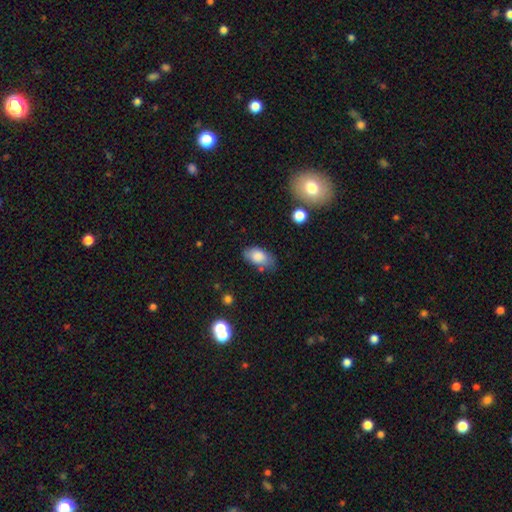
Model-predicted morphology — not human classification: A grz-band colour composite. It shows a smooth galaxy with no disk features (81%) that is in between round and cigar-shaped (92%). Merging: none (67%).